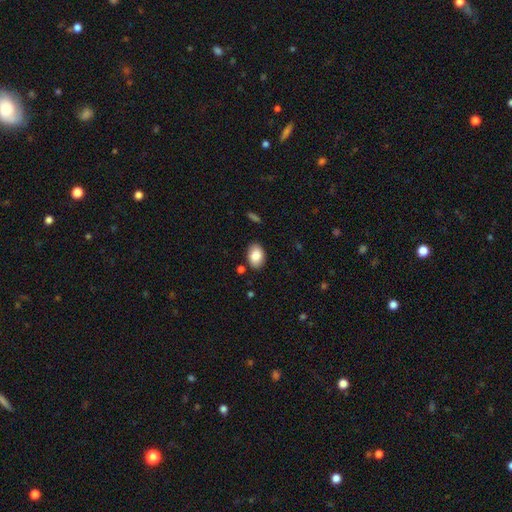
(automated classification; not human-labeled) Smooth or featured?
  - smooth: 85% *
  - featured or disk: 8%
  - star or artifact: 7%
How rounded?
  - in between: 85% *
  - round: 14%
  - cigar-shaped: 1%
Merging?
  - none: 85% *
  - minor disturbance: 10%
  - merger: 2%
  - major disturbance: 2%